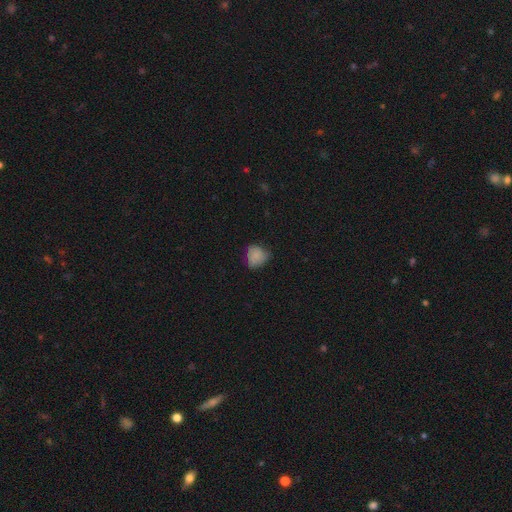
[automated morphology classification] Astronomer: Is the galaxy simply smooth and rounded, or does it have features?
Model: smooth — 79%.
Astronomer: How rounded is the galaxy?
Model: round — 66%.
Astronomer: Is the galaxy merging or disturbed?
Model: none — 53% (runner-up: minor disturbance, 35%).